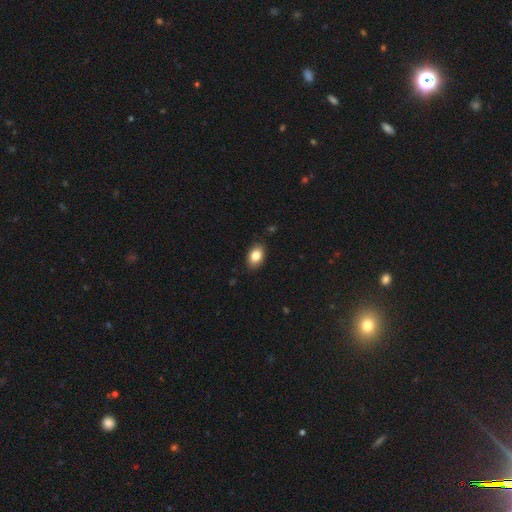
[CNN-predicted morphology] Overall: smooth (84%). How rounded: in between (86%). Merging: none (86%).